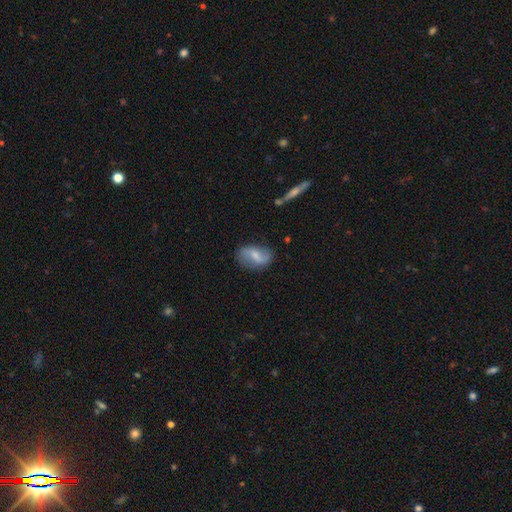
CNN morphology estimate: This is possibly a featured or disk galaxy (58%). It is clearly not viewed edge-on (96%). Bar: possibly weak (51%). Spiral arm pattern: clearly yes (85%). Central bulge: marginally small (43%). Merging: likely none (72%).